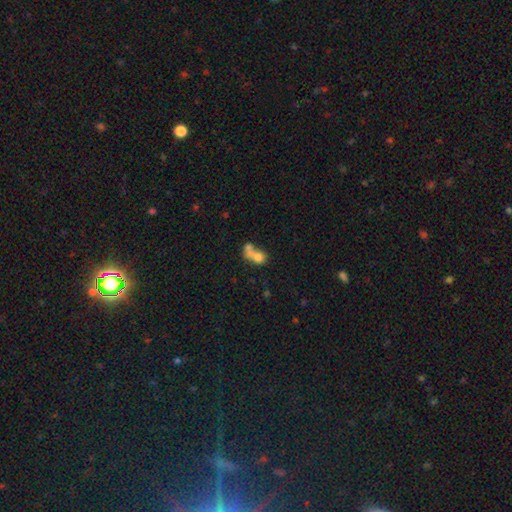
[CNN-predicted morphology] A smooth galaxy with no disk features (64%) that is round (62%).

Vote fractions:
- Smooth or featured? smooth: 64% / featured or disk: 24% / star or artifact: 12%
- How rounded? round: 62% / in between: 37% / cigar-shaped: 1%
- Merging? merger: 66% / none: 21% / minor disturbance: 7% / major disturbance: 6%